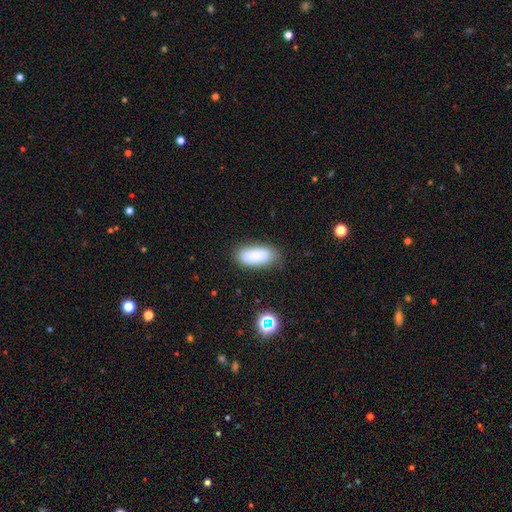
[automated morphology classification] This appears to be a smooth galaxy with no disk features (82%) that is in between round and cigar-shaped (88%). Merging: none (79%).